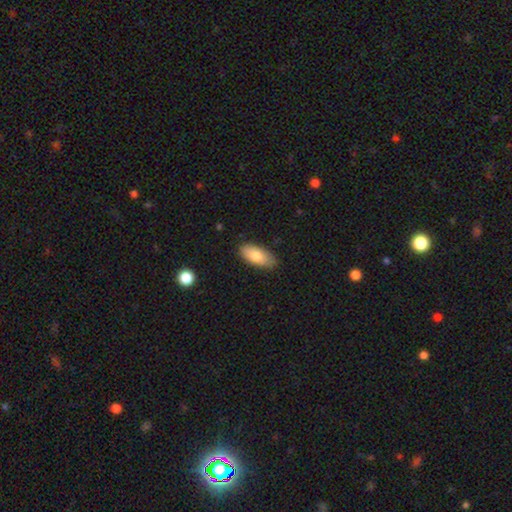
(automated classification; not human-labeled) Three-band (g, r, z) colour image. It shows a smooth galaxy with no disk features (81%) that is in between round and cigar-shaped (89%). Merging: none (84%).